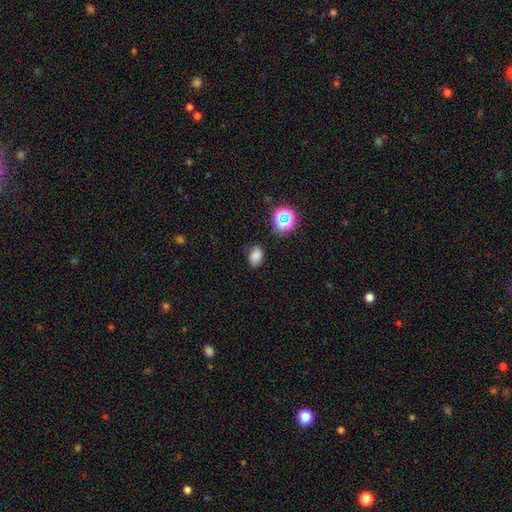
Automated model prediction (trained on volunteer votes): This appears to be a smooth galaxy with no disk features (77%) that is in between round and cigar-shaped (79%). Merging: none (76%).